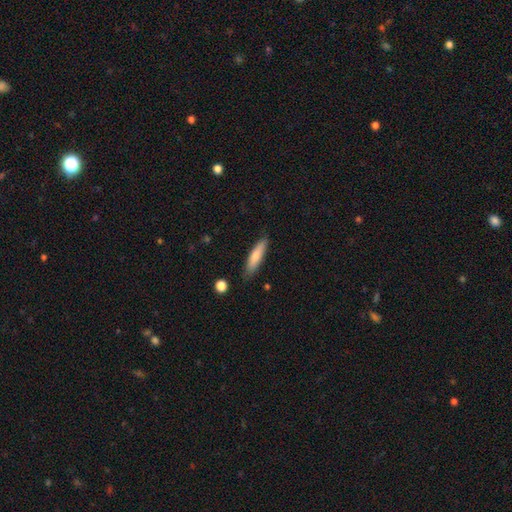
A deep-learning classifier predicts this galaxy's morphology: Q: Smooth or featured?
A: smooth (74%); runner-up: featured or disk (19%)
Q: How rounded?
A: cigar-shaped (74%); runner-up: in between (25%)
Q: Merging?
A: none (83%); runner-up: minor disturbance (13%)